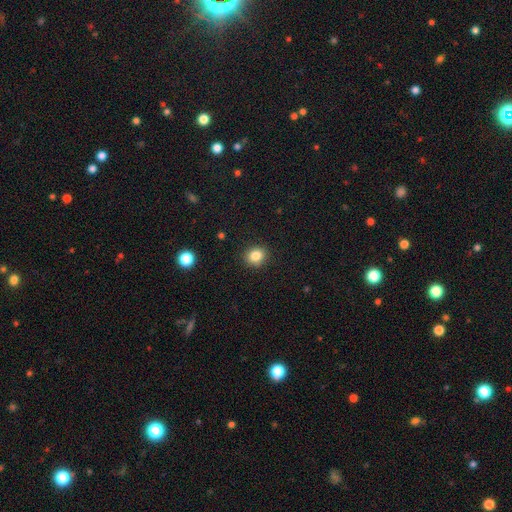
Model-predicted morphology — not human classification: Smooth or featured? Predicted: smooth (p=0.84). How rounded? Predicted: round (p=0.73). Merging? Predicted: none (p=0.90).